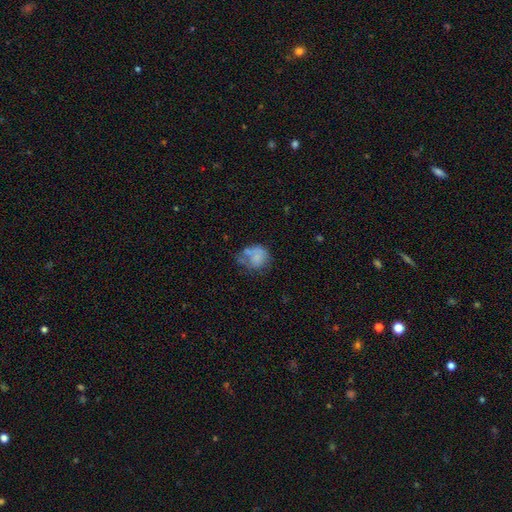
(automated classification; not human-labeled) Smooth or featured? smooth (60%)
How rounded? round (70%)
Merging? none (39%)